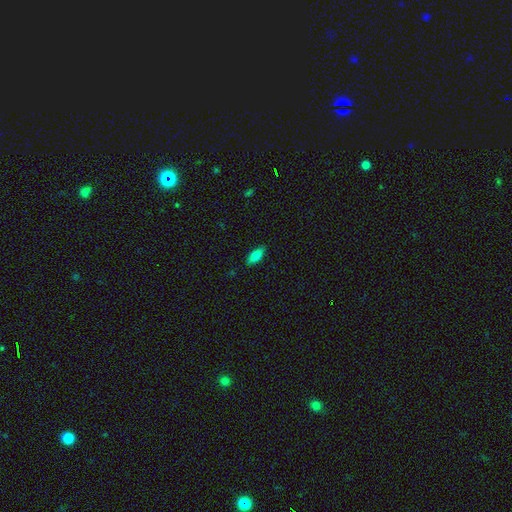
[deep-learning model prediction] The model was most divided on "how rounded": in between: 79%, cigar-shaped: 19%, round: 2%. More confident: merging — none (87%); smooth or featured — smooth (79%).